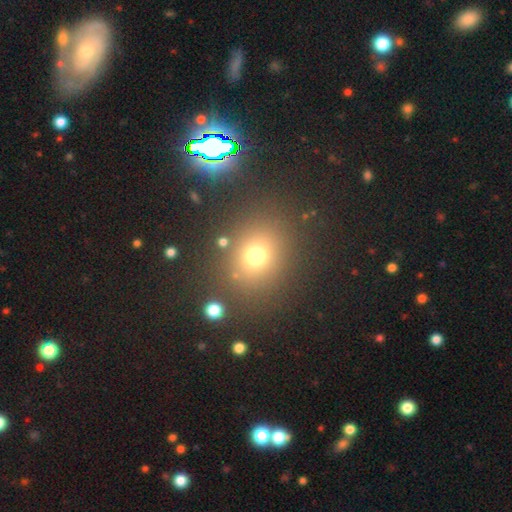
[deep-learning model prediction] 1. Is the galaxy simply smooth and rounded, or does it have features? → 71% smooth, 20% star or artifact, 9% featured or disk.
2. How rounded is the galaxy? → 67% round, 32% in between, 1% cigar-shaped.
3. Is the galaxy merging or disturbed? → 82% none, 9% minor disturbance, 5% major disturbance, 5% merger.